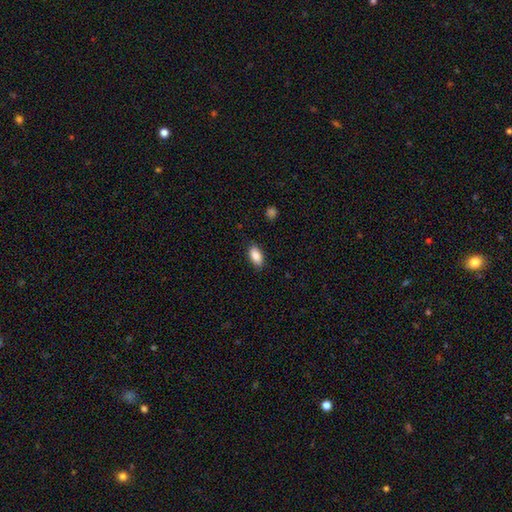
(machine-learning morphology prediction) smooth-or-featured: smooth: 88% | star or artifact: 7% | featured or disk: 5%
  how-rounded: in between: 91% | cigar-shaped: 6% | round: 3%
  merging: none: 85% | minor disturbance: 12% | major disturbance: 2% | merger: 1%